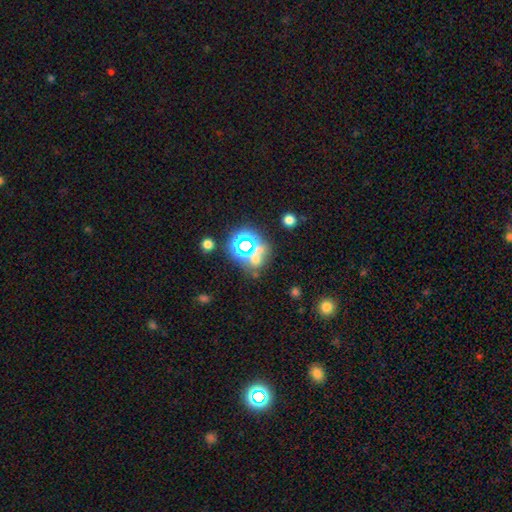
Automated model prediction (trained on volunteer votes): Morphology: type=star or artifact (56%).